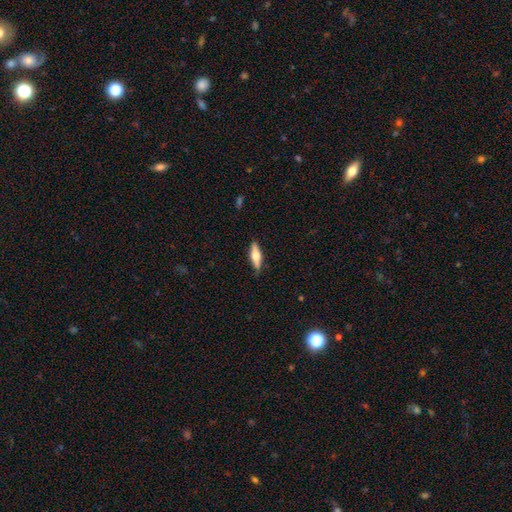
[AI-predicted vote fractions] The model was most divided on "smooth or featured": smooth: 49%, featured or disk: 45%, star or artifact: 6%. More confident: merging — none (85%).